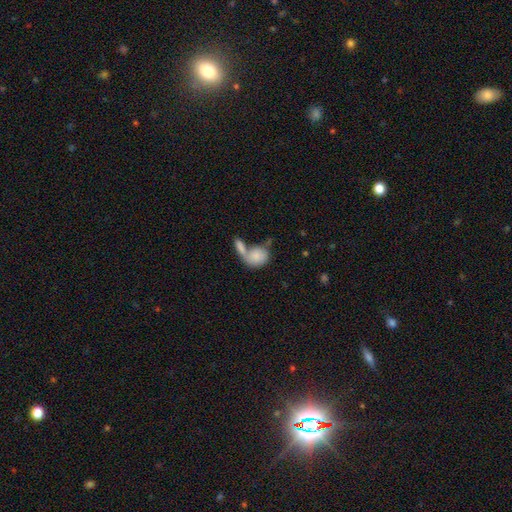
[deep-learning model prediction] smooth_or_featured: smooth (p=0.80) [alt: featured or disk p=0.13]
how_rounded: in between (p=0.55) [alt: round p=0.43]
merging: merger (p=0.57) [alt: none p=0.25]